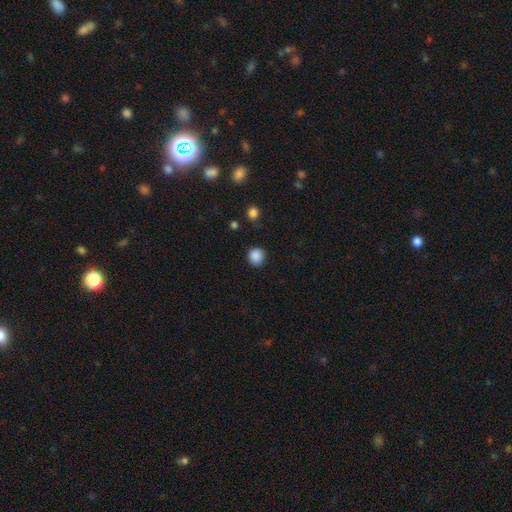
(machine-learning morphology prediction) This is clearly a smooth galaxy (87%). How rounded: clearly round (89%). Merging: clearly none (86%).